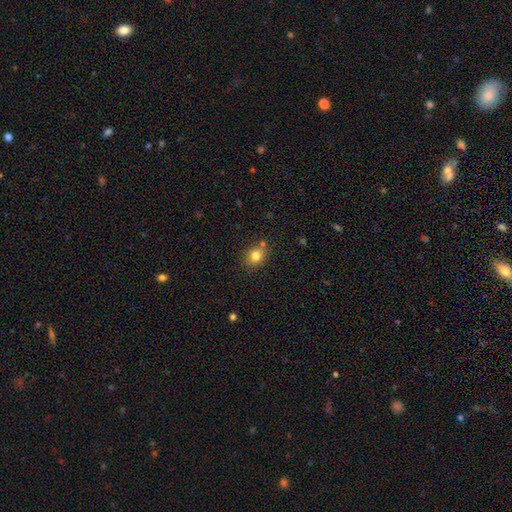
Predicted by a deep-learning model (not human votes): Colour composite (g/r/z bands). It shows a smooth galaxy with no disk features (80%) that is round (66%). Merging: none (74%).